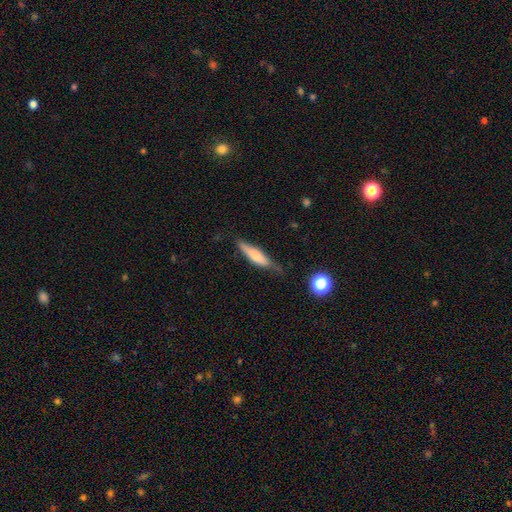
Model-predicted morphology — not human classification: This is likely a smooth galaxy (65%). How rounded: likely cigar-shaped (71%). Merging: possibly none (59%).